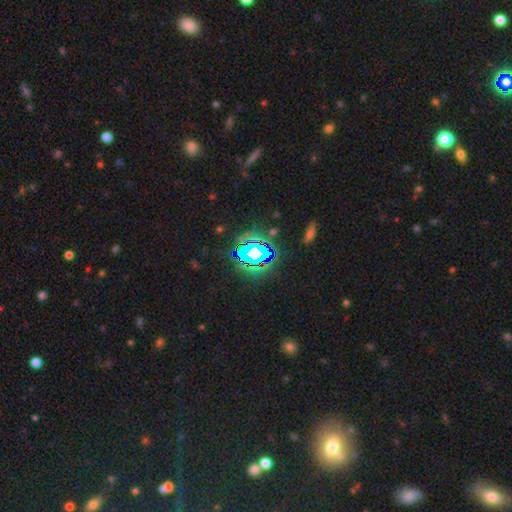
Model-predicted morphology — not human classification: Smooth or featured? Predicted: star or artifact (p=0.71).